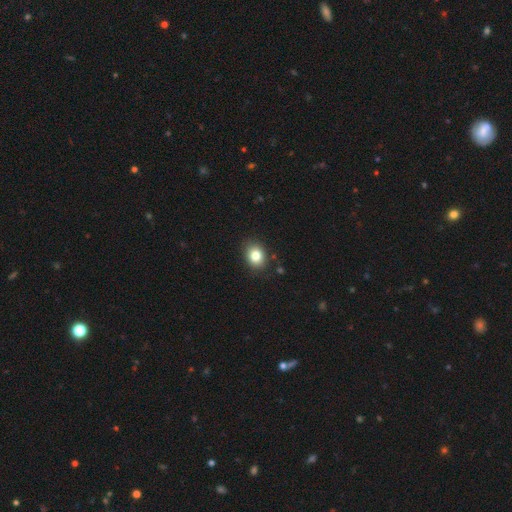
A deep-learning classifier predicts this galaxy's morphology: smooth-or-featured: smooth: 82% | star or artifact: 10% | featured or disk: 8%
  how-rounded: in between: 52% | round: 47% | cigar-shaped: 1%
  merging: none: 86% | minor disturbance: 10% | major disturbance: 2% | merger: 2%